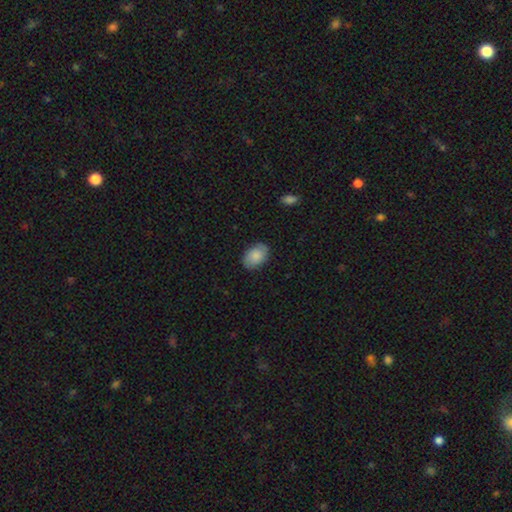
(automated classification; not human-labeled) Smooth or featured? Predicted: smooth (p=0.84). How rounded? Predicted: in between (p=0.88). Merging? Predicted: none (p=0.86).